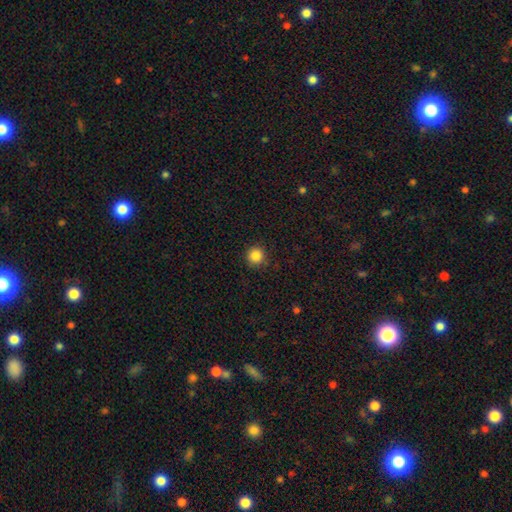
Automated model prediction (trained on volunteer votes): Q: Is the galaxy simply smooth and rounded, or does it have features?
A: smooth — 85%.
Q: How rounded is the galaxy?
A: round — 95%.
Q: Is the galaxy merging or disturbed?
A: none — 90%.